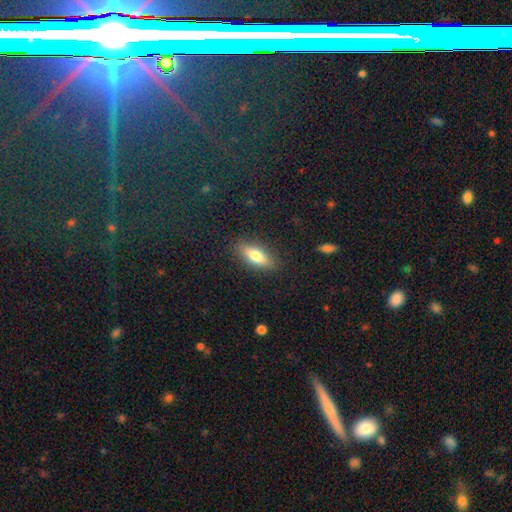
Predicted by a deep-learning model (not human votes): Q: Smooth or featured?
A: smooth (72%); runner-up: featured or disk (21%)
Q: How rounded?
A: in between (68%); runner-up: cigar-shaped (29%)
Q: Merging?
A: none (87%); runner-up: minor disturbance (9%)